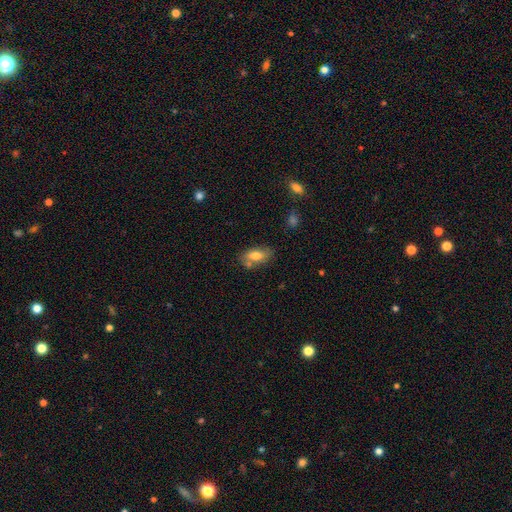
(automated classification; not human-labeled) Morphology: type=smooth (71%); roundness=in between (87%); merging=none (67%).